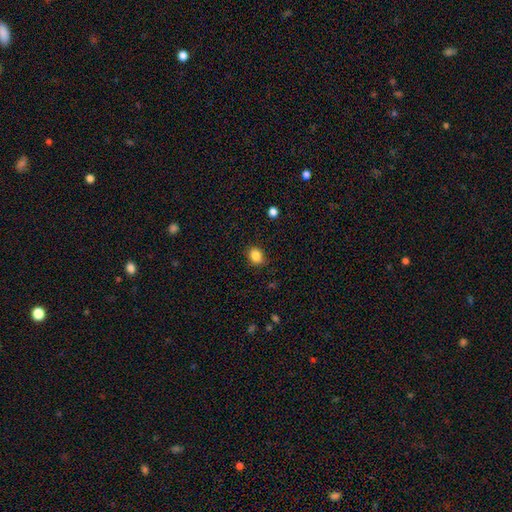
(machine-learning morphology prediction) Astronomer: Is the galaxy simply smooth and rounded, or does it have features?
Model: smooth — 86%.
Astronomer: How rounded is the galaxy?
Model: round — 53% (runner-up: in between, 46%).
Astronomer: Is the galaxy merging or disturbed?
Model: none — 85%.